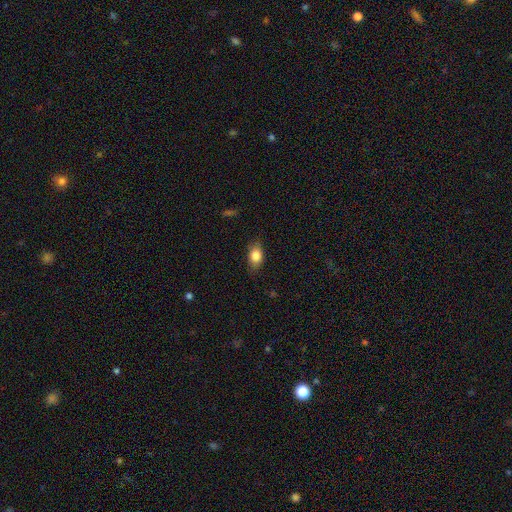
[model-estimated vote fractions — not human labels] This is clearly a smooth galaxy (81%). How rounded: clearly in between (83%). Merging: clearly none (81%).